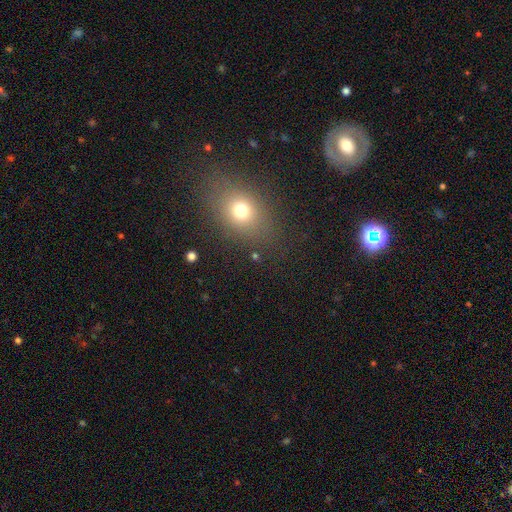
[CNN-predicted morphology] smooth_or_featured: smooth (p=0.64) [alt: star or artifact p=0.24]
how_rounded: in between (p=0.52) [alt: round p=0.45]
merging: none (p=0.81) [alt: minor disturbance p=0.11]